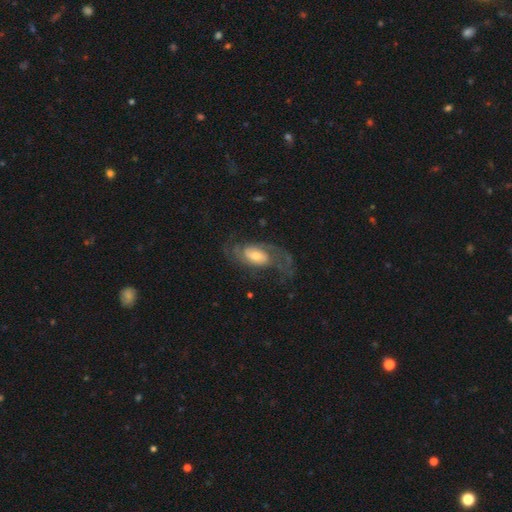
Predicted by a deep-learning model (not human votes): Smooth or featured?
  - featured or disk: 81% *
  - smooth: 13%
  - star or artifact: 6%
Edge-on disk?
  - no: 95% *
  - yes: 5%
Bar?
  - no: 51% *
  - weak: 38%
  - strong: 11%
Spiral arms?
  - yes: 94% *
  - no: 6%
Spiral winding?
  - medium: 47% *
  - tight: 29%
  - loose: 24%
Spiral arm count?
  - 2: 61% *
  - can't tell: 16%
  - 3: 11%
  - 1: 5%
  - 4: 4%
  - more than 4: 3%
Bulge size?
  - moderate: 52% *
  - small: 27%
  - large: 16%
  - none: 3%
  - dominant: 2%
Merging?
  - none: 61% *
  - major disturbance: 20%
  - minor disturbance: 17%
  - merger: 2%